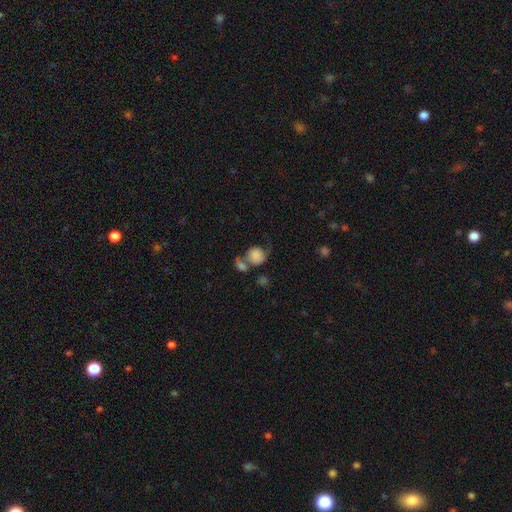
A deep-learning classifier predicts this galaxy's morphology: smooth 77%, featured or disk 14%, star or artifact 9%. Down the decision tree: how rounded — round (79%); merging — merger (37%).